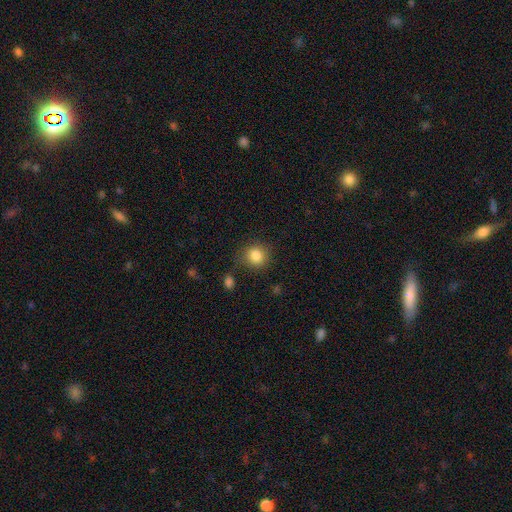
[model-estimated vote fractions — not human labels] Morphology: type=smooth (85%); roundness=round (86%); merging=none (79%).